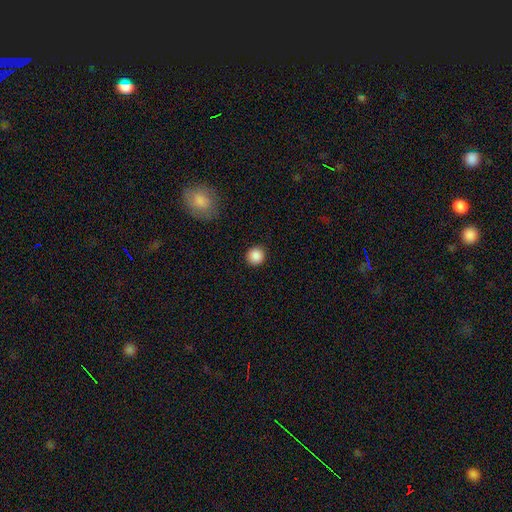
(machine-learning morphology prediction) Overall: smooth (88%). How rounded: round (93%). Merging: none (92%).